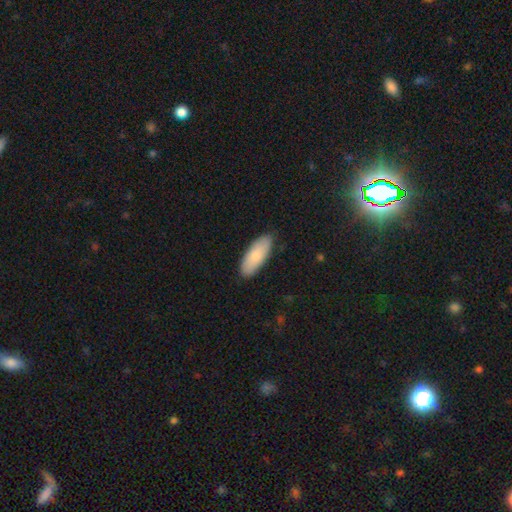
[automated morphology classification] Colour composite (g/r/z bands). It shows a smooth galaxy with no disk features (83%) that is in between round and cigar-shaped (77%). Merging: none (87%).